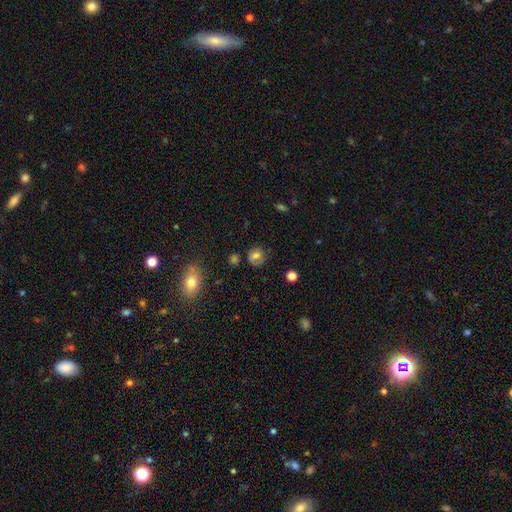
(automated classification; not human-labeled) A smooth galaxy with no disk features (70%) that is round (76%).

Vote fractions:
- Smooth or featured? smooth: 70% / featured or disk: 18% / star or artifact: 12%
- How rounded? round: 76% / in between: 23% / cigar-shaped: 1%
- Merging? none: 71% / minor disturbance: 19% / major disturbance: 6% / merger: 3%